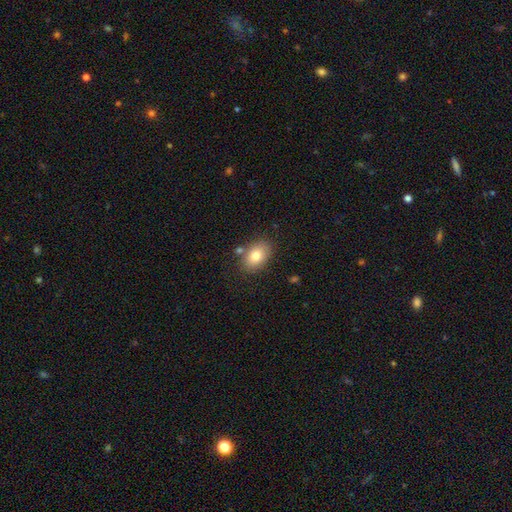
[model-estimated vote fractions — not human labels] A smooth galaxy with no disk features (80%) that is in between round and cigar-shaped (84%).

Vote fractions:
- Smooth or featured? smooth: 80% / featured or disk: 12% / star or artifact: 8%
- How rounded? in between: 84% / round: 15% / cigar-shaped: 1%
- Merging? none: 79% / minor disturbance: 12% / merger: 6% / major disturbance: 3%